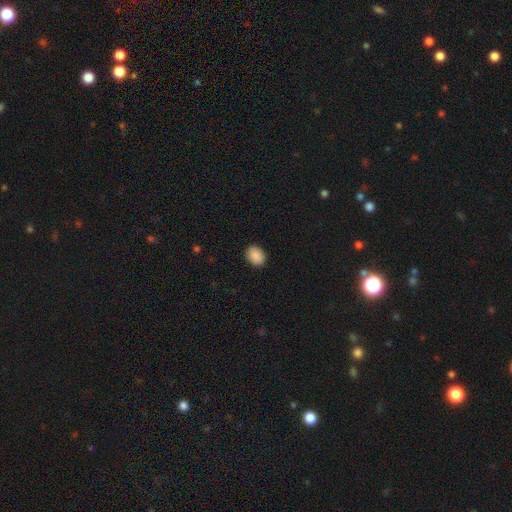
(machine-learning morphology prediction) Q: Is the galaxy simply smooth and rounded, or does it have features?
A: smooth — 90%.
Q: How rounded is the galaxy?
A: in between — 66%.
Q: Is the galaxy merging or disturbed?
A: none — 90%.